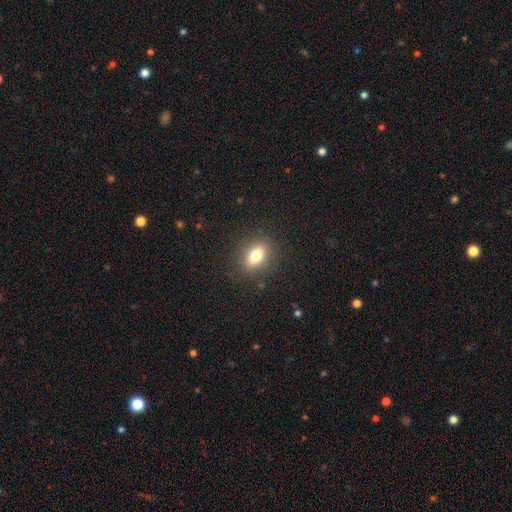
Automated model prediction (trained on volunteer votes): smooth 77%, featured or disk 13%, star or artifact 10%. Down the decision tree: how rounded — in between (76%); merging — none (87%).